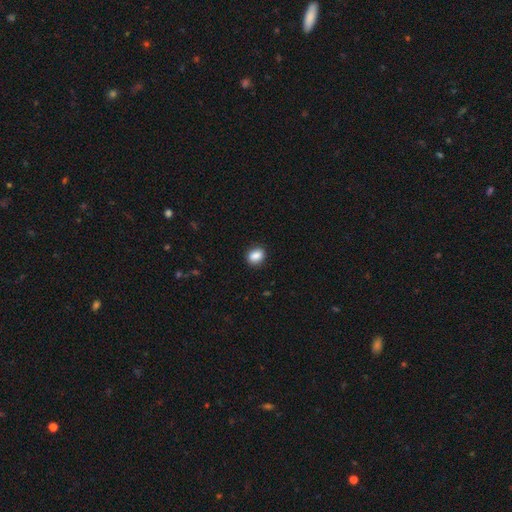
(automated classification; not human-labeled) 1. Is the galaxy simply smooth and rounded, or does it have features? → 88% smooth, 8% star or artifact, 4% featured or disk.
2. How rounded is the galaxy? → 59% in between, 40% round, 1% cigar-shaped.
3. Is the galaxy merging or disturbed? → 88% none, 9% minor disturbance, 2% major disturbance, 1% merger.